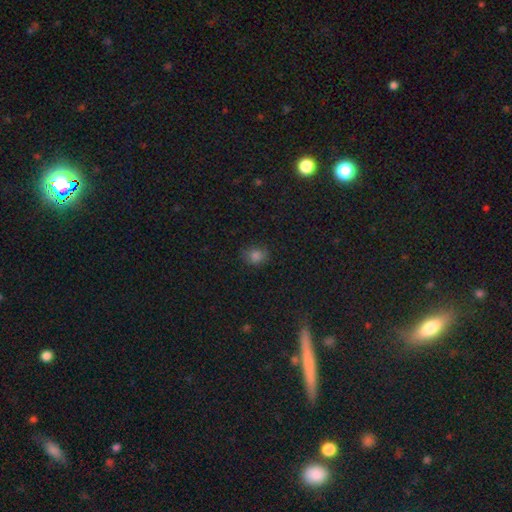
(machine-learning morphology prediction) The model was most divided on "how rounded": round: 61%, in between: 38%, cigar-shaped: 1%. More confident: merging — none (80%); smooth or featured — smooth (79%).